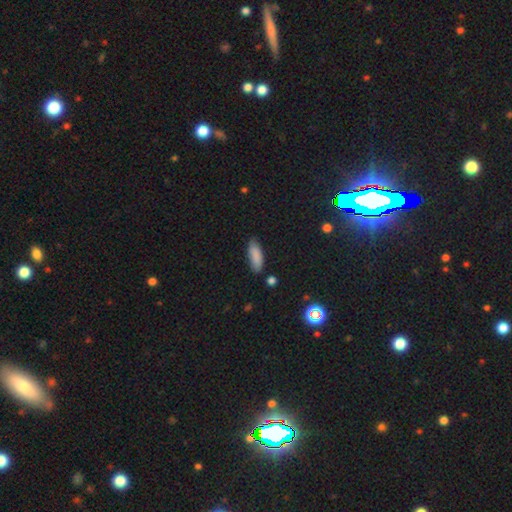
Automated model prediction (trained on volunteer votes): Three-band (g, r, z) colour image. It shows a smooth galaxy with no disk features (86%) that is in between round and cigar-shaped (66%). Merging: none (79%).